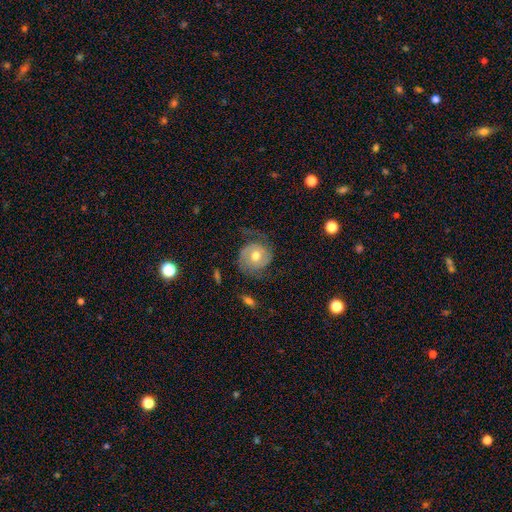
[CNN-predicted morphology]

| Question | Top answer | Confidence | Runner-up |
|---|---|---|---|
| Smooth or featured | featured or disk | 63% | smooth (30%) |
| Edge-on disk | no | 97% | yes (3%) |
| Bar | no | 68% | weak (26%) |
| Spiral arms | yes | 85% | no (15%) |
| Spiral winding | medium | 37% | tight (32%) |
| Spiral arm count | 2 | 70% | 1 (15%) |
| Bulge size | moderate | 77% | small (13%) |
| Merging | none | 58% | minor disturbance (21%) |